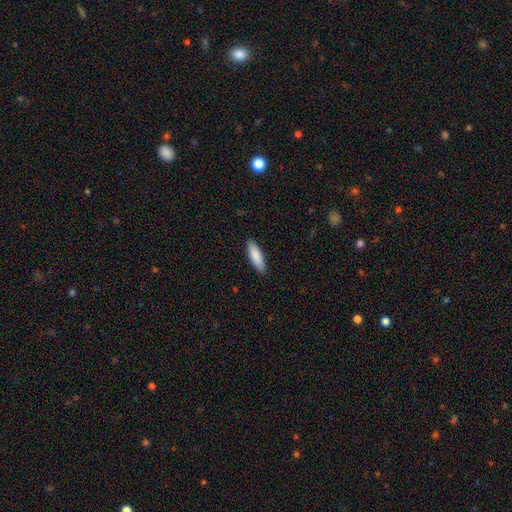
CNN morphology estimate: Q: Smooth or featured?
A: smooth (87%); runner-up: featured or disk (8%)
Q: How rounded?
A: cigar-shaped (54%); runner-up: in between (44%)
Q: Merging?
A: none (89%); runner-up: minor disturbance (8%)